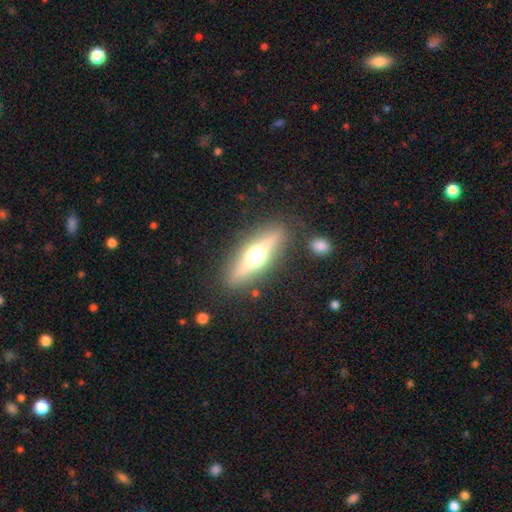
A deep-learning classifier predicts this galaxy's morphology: smooth-or-featured: featured or disk: 65% | smooth: 27% | star or artifact: 8%
  disk-edge-on: yes: 89% | no: 11%
    edge-on-bulge: rounded: 96% | boxy: 3% | none: 2%
  merging: none: 85% | minor disturbance: 9% | major disturbance: 4% | merger: 3%